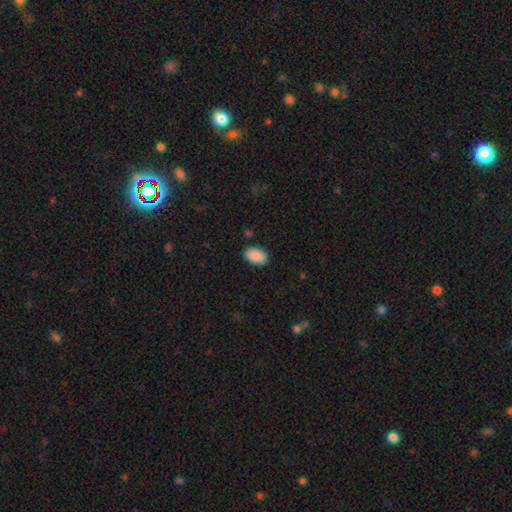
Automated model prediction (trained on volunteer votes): smooth 91%, star or artifact 7%, featured or disk 2%. Down the decision tree: how rounded — in between (92%); merging — none (88%).